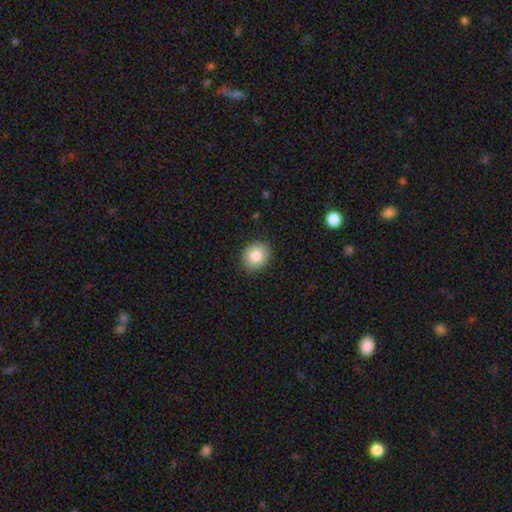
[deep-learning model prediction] smooth 84%, star or artifact 8%, featured or disk 7%. Down the decision tree: how rounded — round (79%); merging — none (90%).